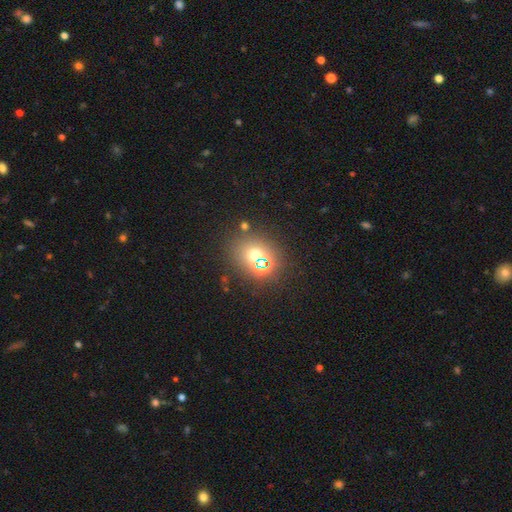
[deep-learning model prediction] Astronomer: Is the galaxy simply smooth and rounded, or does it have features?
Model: smooth — 53% (runner-up: star or artifact, 35%).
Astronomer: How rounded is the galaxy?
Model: round — 73%.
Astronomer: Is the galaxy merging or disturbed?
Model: none — 73%.